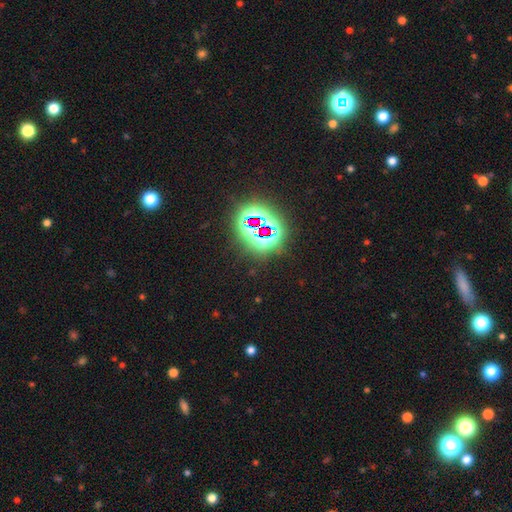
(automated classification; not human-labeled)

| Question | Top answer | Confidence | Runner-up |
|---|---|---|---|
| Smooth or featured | star or artifact | 78% | smooth (13%) |